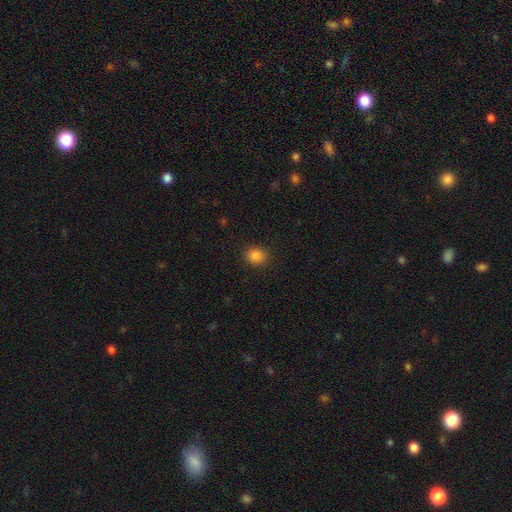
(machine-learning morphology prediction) The model was most divided on "how rounded": round: 74%, in between: 25%, cigar-shaped: 1%. More confident: merging — none (89%); smooth or featured — smooth (85%).